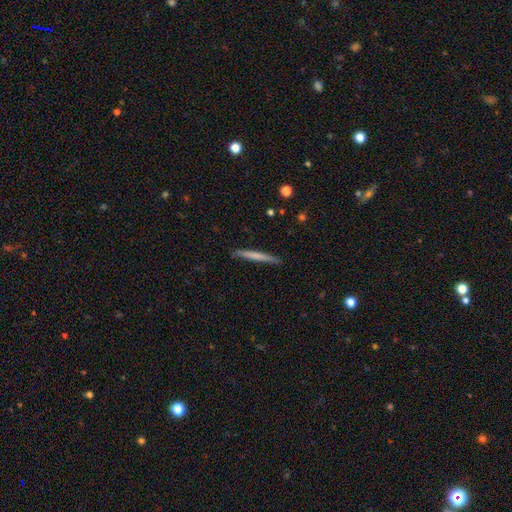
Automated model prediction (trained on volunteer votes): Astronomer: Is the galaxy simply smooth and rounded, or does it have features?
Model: smooth — 62%.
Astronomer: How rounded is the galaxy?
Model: cigar-shaped — 97%.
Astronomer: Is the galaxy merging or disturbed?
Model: none — 88%.